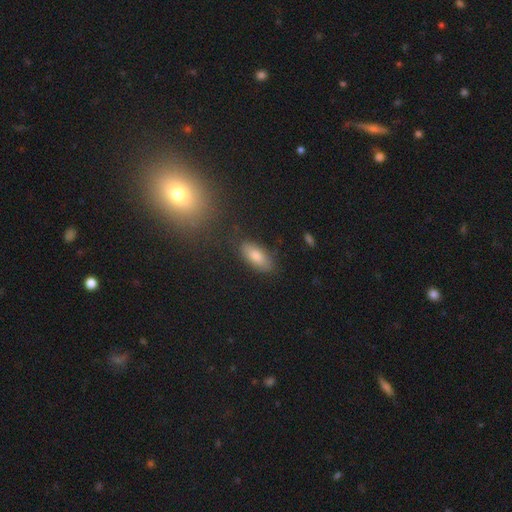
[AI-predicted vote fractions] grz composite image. It shows a smooth galaxy with no disk features (79%) that is in between round and cigar-shaped (86%). Merging: none (82%).